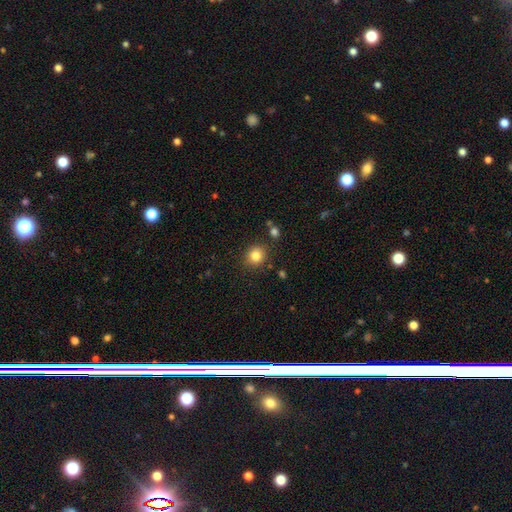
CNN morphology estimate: Smooth or featured?
  - smooth: 82% *
  - star or artifact: 11%
  - featured or disk: 6%
How rounded?
  - round: 81% *
  - in between: 18%
  - cigar-shaped: 1%
Merging?
  - none: 86% *
  - minor disturbance: 8%
  - merger: 3%
  - major disturbance: 3%